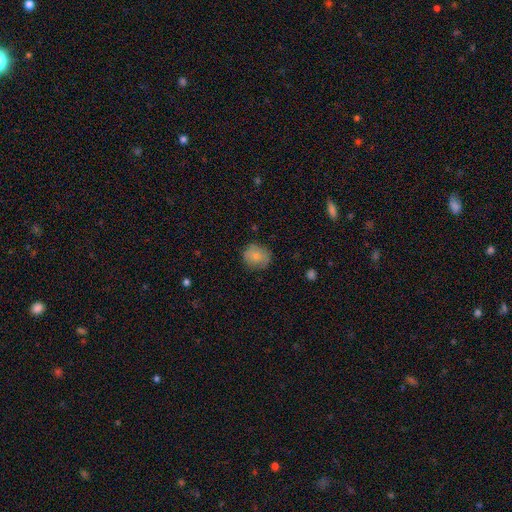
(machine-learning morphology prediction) Smooth or featured: smooth — 77% (featured or disk — 14%)
How rounded: round — 82% (in between — 17%)
Merging: none — 80% (minor disturbance — 16%)